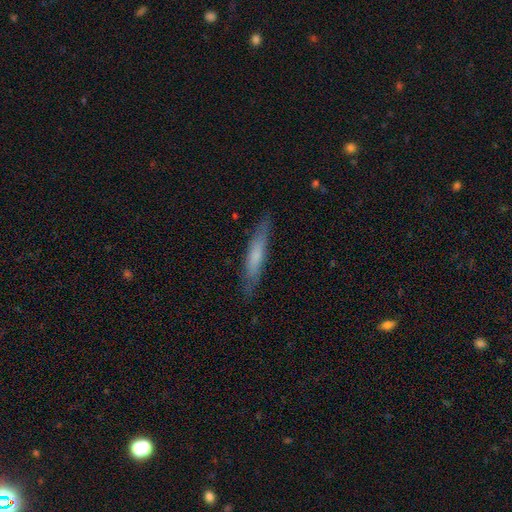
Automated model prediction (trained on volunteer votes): Smooth or featured?
  - smooth: 60% *
  - featured or disk: 34%
  - star or artifact: 6%
How rounded?
  - cigar-shaped: 90% *
  - in between: 9%
  - round: 1%
Merging?
  - none: 83% *
  - minor disturbance: 13%
  - major disturbance: 3%
  - merger: 1%